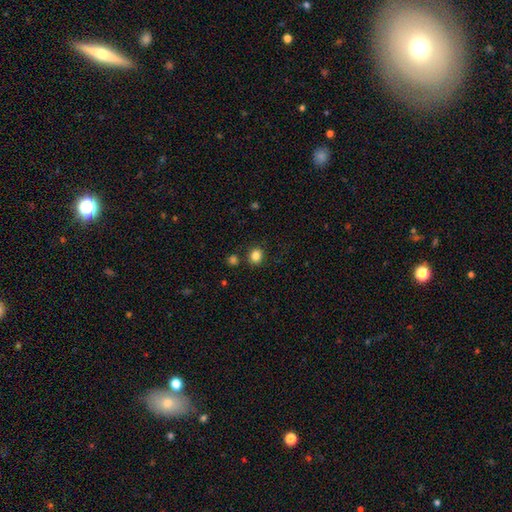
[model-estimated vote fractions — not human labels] This is clearly a smooth galaxy (84%). How rounded: likely round (78%). Merging: clearly none (85%).